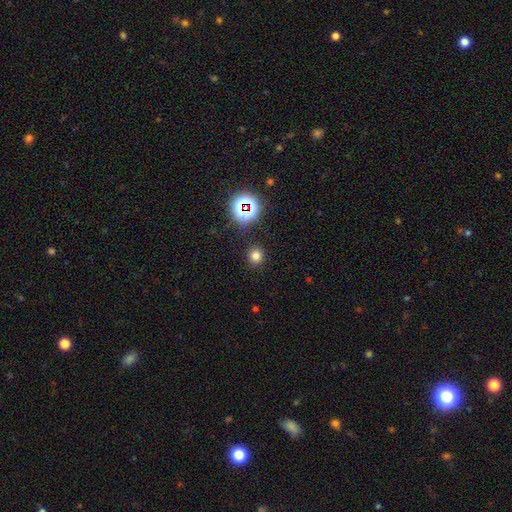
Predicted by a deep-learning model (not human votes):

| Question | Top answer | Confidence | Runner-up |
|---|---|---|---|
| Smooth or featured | smooth | 73% | star or artifact (21%) |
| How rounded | round | 87% | in between (12%) |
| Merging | none | 89% | minor disturbance (7%) |